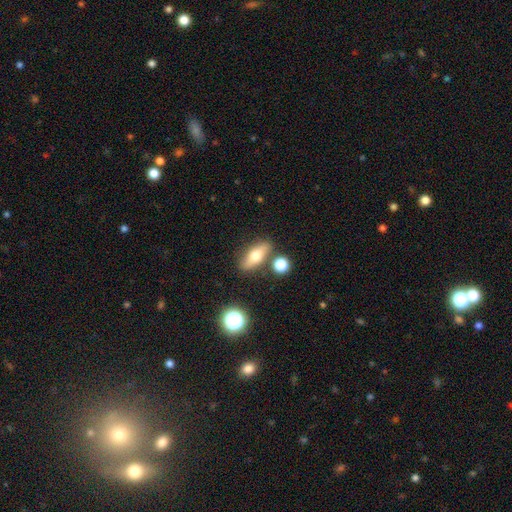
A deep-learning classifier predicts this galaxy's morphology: A smooth galaxy with no disk features (59%) that is in between round and cigar-shaped (61%).

Vote fractions:
- Smooth or featured? smooth: 59% / featured or disk: 32% / star or artifact: 9%
- How rounded? in between: 61% / cigar-shaped: 32% / round: 7%
- Merging? none: 78% / minor disturbance: 11% / merger: 7% / major disturbance: 3%